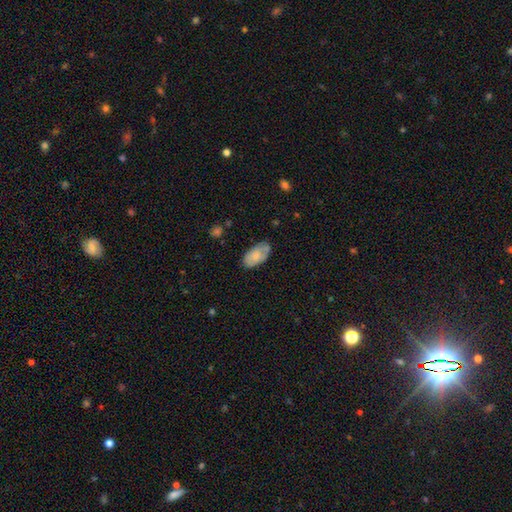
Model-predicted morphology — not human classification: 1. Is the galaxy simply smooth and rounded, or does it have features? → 72% smooth, 21% featured or disk, 7% star or artifact.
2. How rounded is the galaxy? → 95% in between, 3% round, 2% cigar-shaped.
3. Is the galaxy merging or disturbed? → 72% none, 22% minor disturbance, 5% major disturbance, 2% merger.